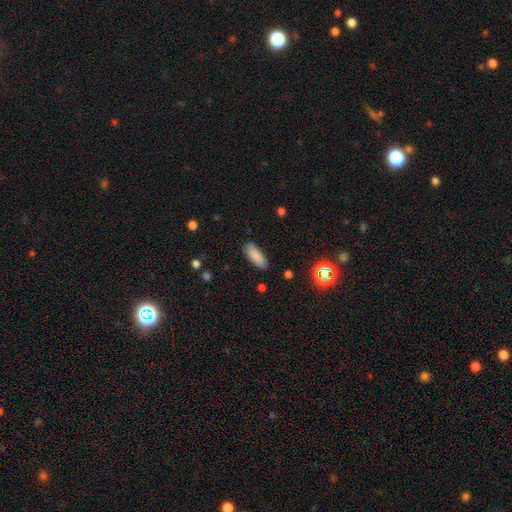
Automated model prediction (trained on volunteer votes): Morphology: type=smooth (85%); roundness=in between (75%); merging=none (84%).